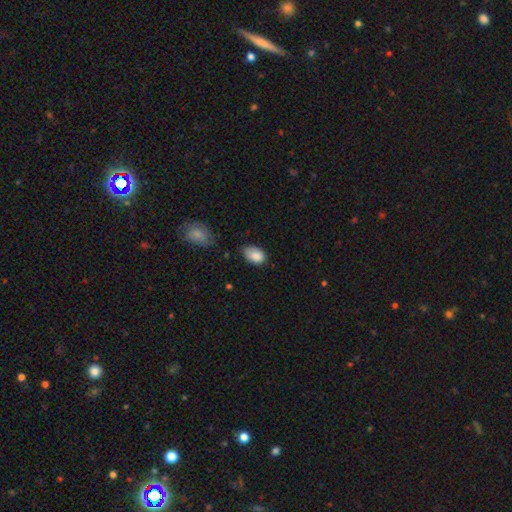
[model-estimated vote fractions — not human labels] This appears to be a smooth galaxy with no disk features (86%) that is in between round and cigar-shaped (88%). Merging: none (54%).